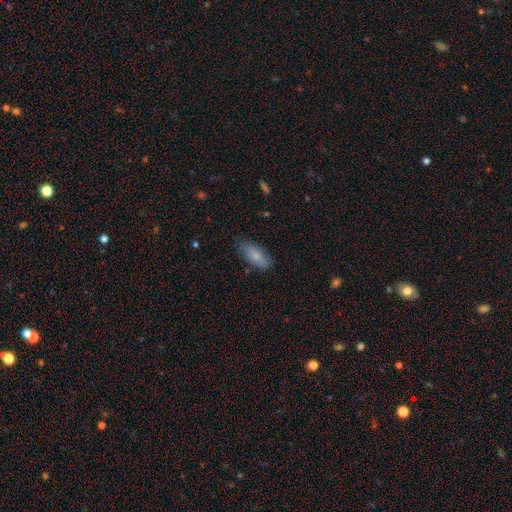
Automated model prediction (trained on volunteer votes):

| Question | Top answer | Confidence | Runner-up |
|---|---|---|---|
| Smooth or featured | smooth | 78% | featured or disk (15%) |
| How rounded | in between | 83% | cigar-shaped (15%) |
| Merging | none | 77% | minor disturbance (18%) |